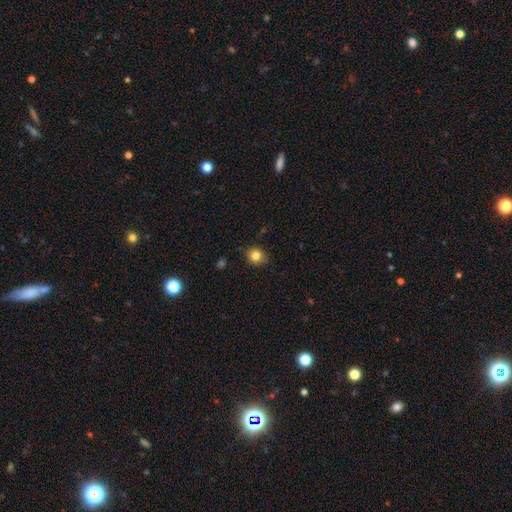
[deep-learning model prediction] Morphology: type=smooth (83%); roundness=round (75%); merging=none (83%).